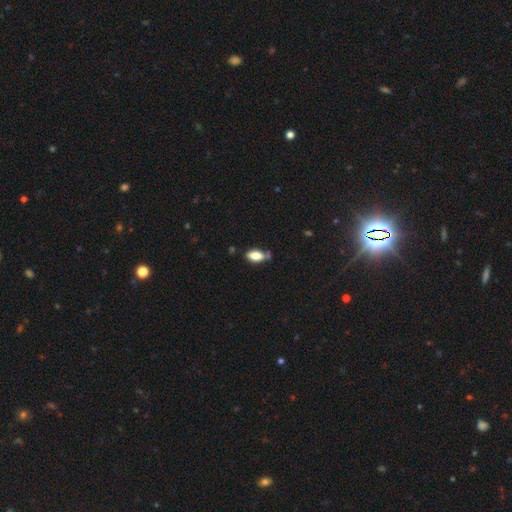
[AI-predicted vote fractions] This is likely a smooth galaxy (79%). How rounded: clearly in between (90%). Merging: likely none (62%).